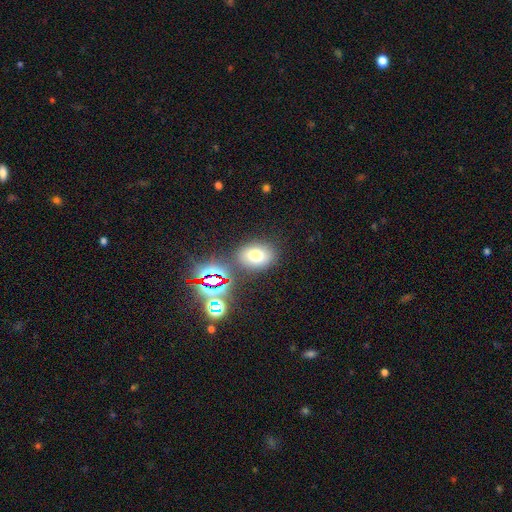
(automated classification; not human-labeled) smooth_or_featured: smooth (p=0.70) [alt: star or artifact p=0.19]
how_rounded: in between (p=0.70) [alt: round p=0.28]
merging: none (p=0.80) [alt: minor disturbance p=0.11]